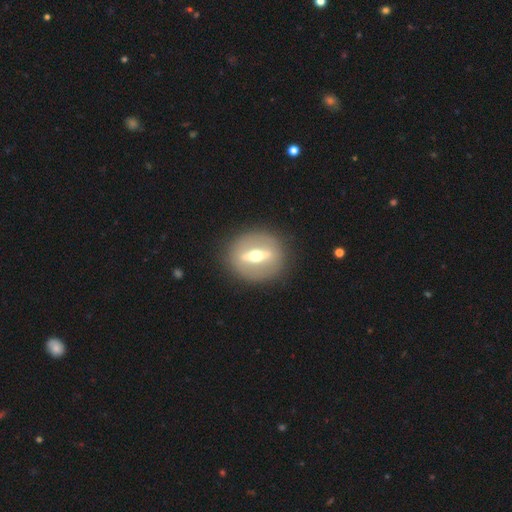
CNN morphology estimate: Smooth or featured? featured or disk (75%)
Edge-on disk? no (55%)
Merging? none (88%)